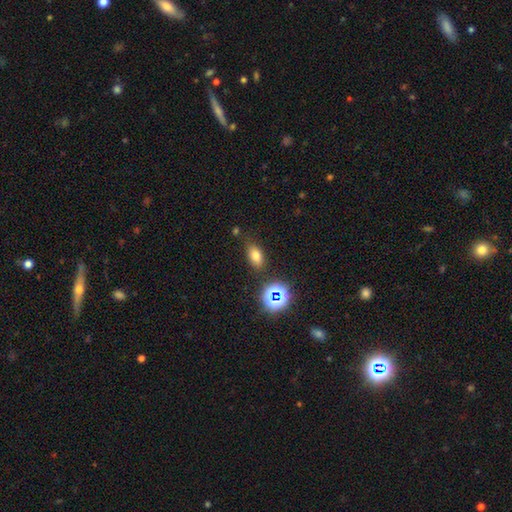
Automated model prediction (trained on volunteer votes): Morphology: type=smooth (72%); roundness=in between (81%); merging=none (77%).